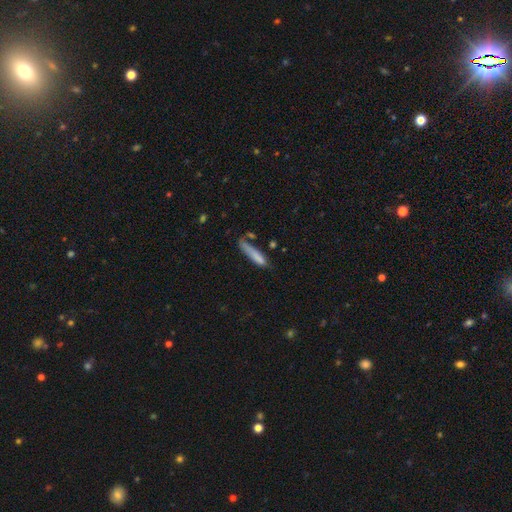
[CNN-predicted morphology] Smooth or featured: smooth — 79% (featured or disk — 14%)
How rounded: cigar-shaped — 86% (in between — 13%)
Merging: none — 56% (minor disturbance — 26%)